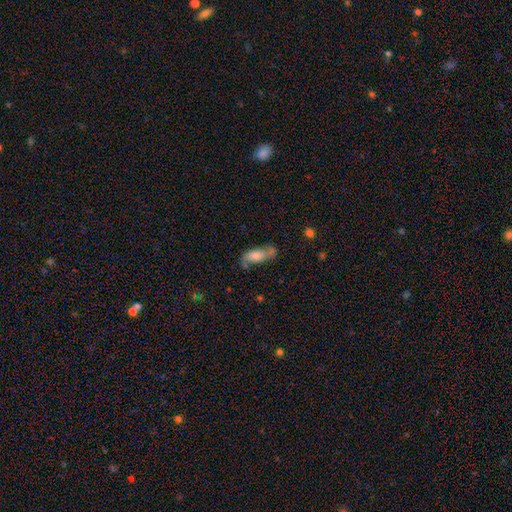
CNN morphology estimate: This appears to be a smooth galaxy with no disk features (53%) that is in between round and cigar-shaped (70%). Merging: none (52%).